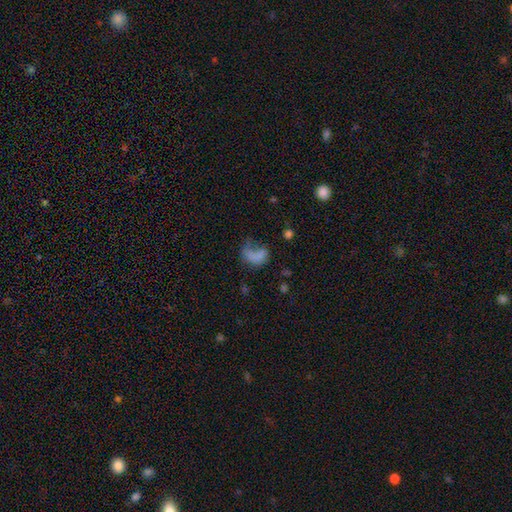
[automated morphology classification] Overall: smooth (61%; featured or disk 27%). How rounded: in between (73%). Merging: major disturbance (46%; none 25%).